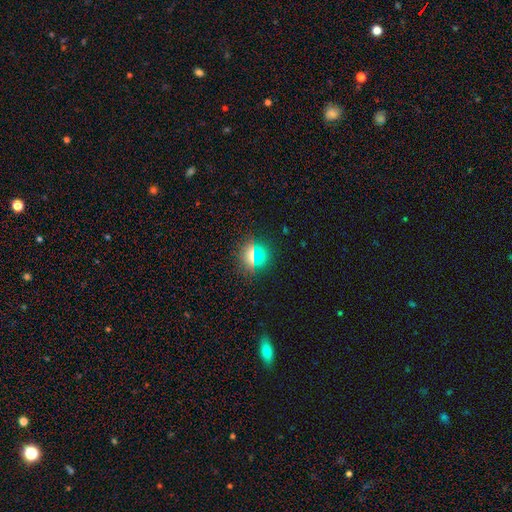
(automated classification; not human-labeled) This is likely a smooth galaxy (64%). How rounded: clearly round (84%). Merging: clearly none (87%).